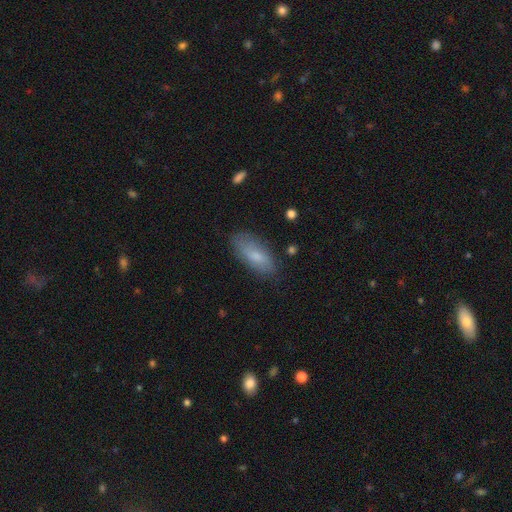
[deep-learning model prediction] Overall: smooth (74%). How rounded: in between (80%). Merging: none (77%).